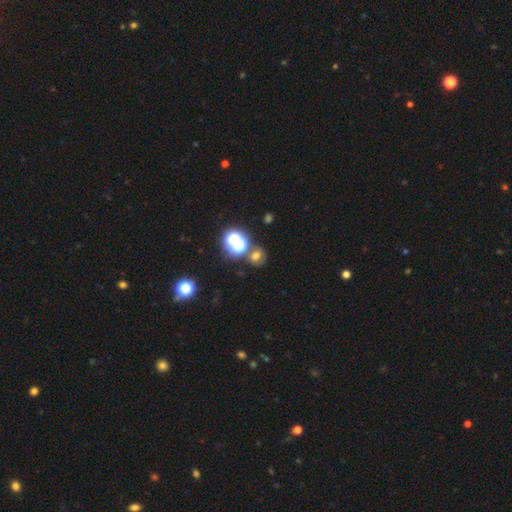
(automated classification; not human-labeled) This is possibly a smooth galaxy (56%). How rounded: likely round (69%). Merging: likely none (66%).